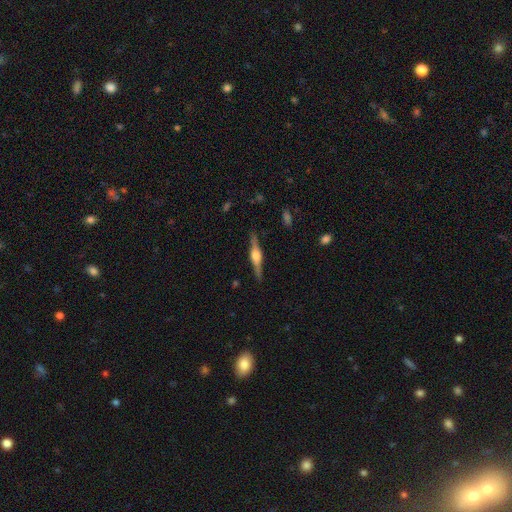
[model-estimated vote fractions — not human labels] Q: Smooth or featured?
A: featured or disk (78%); runner-up: smooth (16%)
Q: Edge-on disk?
A: yes (98%); runner-up: no (2%)
Q: Edge-on bulge?
A: rounded (89%); runner-up: boxy (9%)
Q: Merging?
A: none (89%); runner-up: minor disturbance (8%)